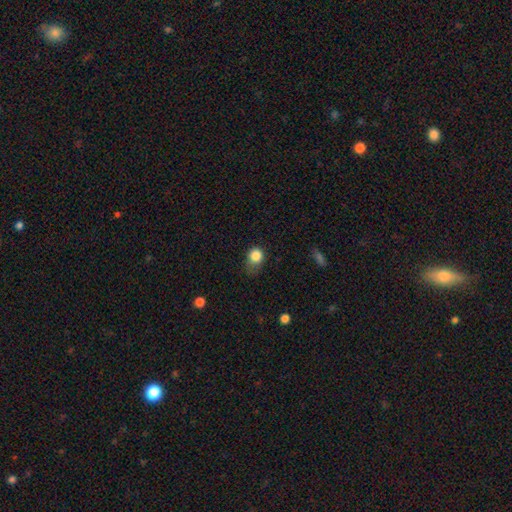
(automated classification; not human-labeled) smooth 84%, star or artifact 10%, featured or disk 6%. Down the decision tree: how rounded — round (66%); merging — none (40%).